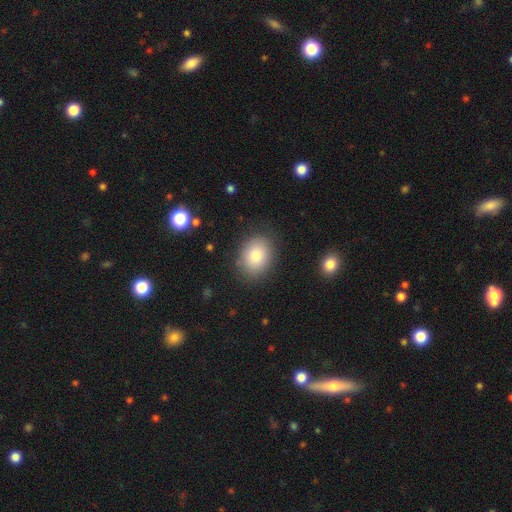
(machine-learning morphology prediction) This appears to be a smooth galaxy with no disk features (81%) that is in between round and cigar-shaped (53%). Merging: none (85%).